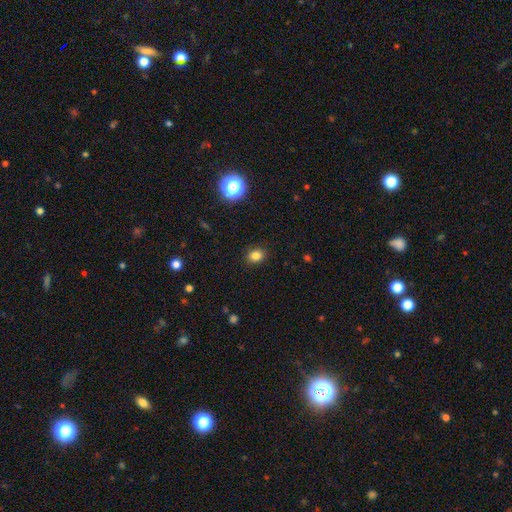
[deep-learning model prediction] Q: Smooth or featured?
A: smooth (82%); runner-up: star or artifact (13%)
Q: How rounded?
A: round (51%); runner-up: in between (48%)
Q: Merging?
A: none (89%); runner-up: minor disturbance (8%)